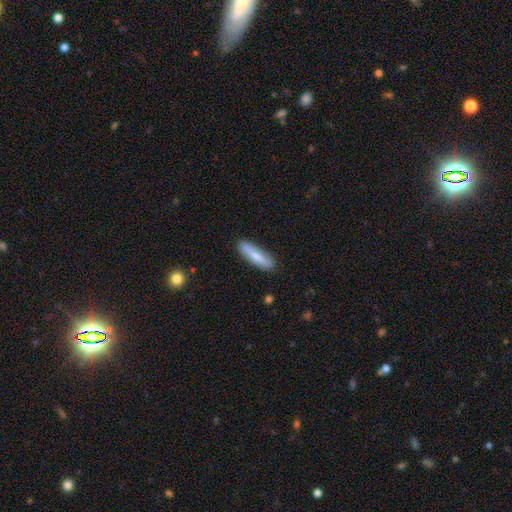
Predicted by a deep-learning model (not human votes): Smooth or featured? Predicted: smooth (p=0.68). How rounded? Predicted: cigar-shaped (p=0.67). Merging? Predicted: none (p=0.85).